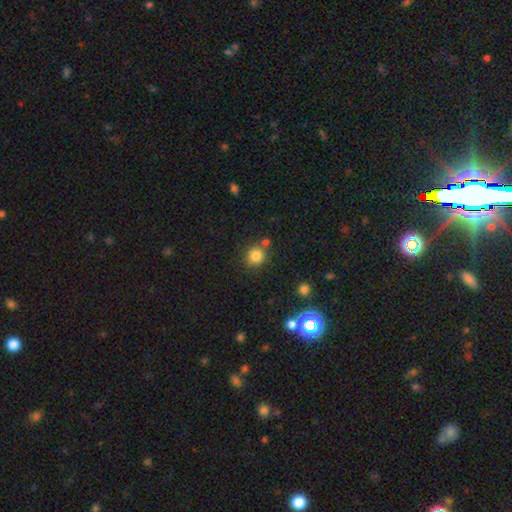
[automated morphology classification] Smooth or featured? smooth (83%)
How rounded? round (86%)
Merging? none (75%)